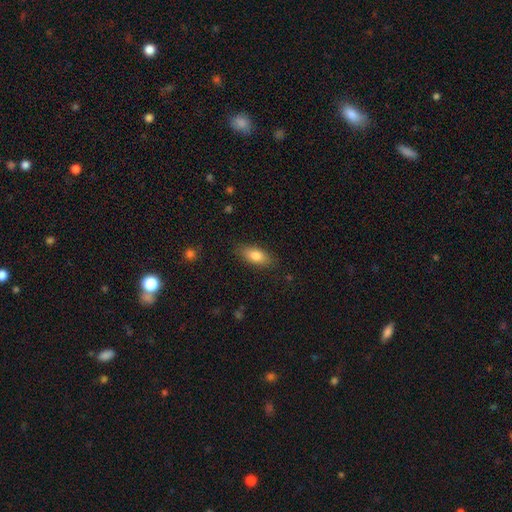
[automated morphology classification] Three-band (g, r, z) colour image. It shows a smooth galaxy with no disk features (81%) that is in between round and cigar-shaped (84%). Merging: none (84%).